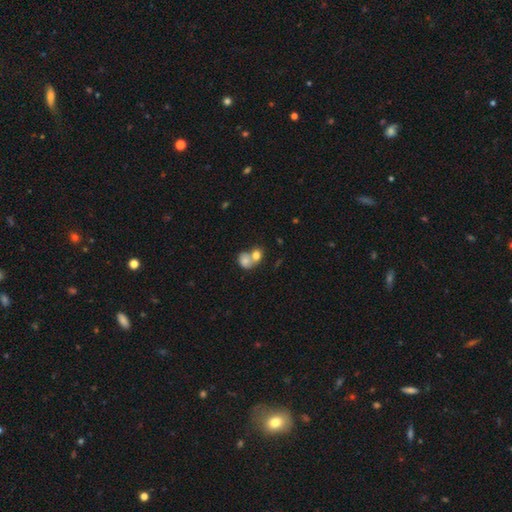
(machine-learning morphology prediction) smooth 72%, featured or disk 18%, star or artifact 9%. Down the decision tree: how rounded — round (58%); merging — merger (69%).